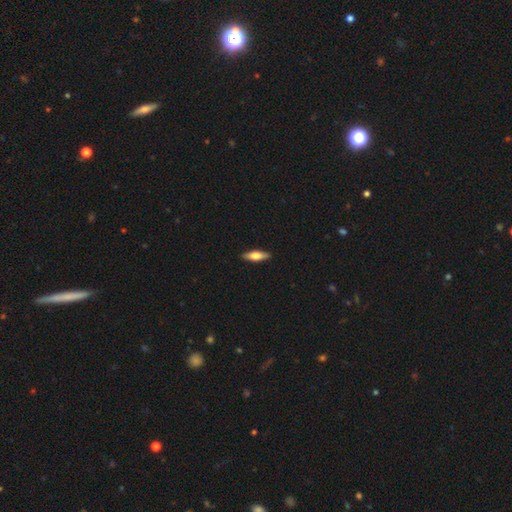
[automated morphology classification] Smooth or featured? smooth (62%)
How rounded? cigar-shaped (54%)
Merging? none (89%)